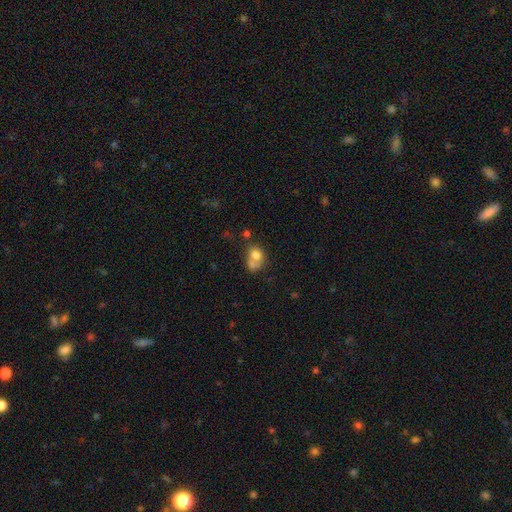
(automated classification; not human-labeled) Morphology: type=smooth (72%); roundness=round (55%); merging=merger (54%).